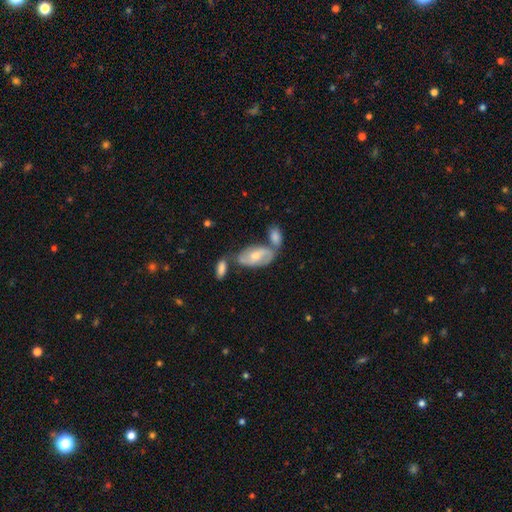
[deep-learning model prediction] Smooth or featured? featured or disk (61%)
Edge-on disk? no (91%)
Bar? no (52%)
Spiral arms? yes (77%)
Bulge size? moderate (59%)
Merging? none (45%)